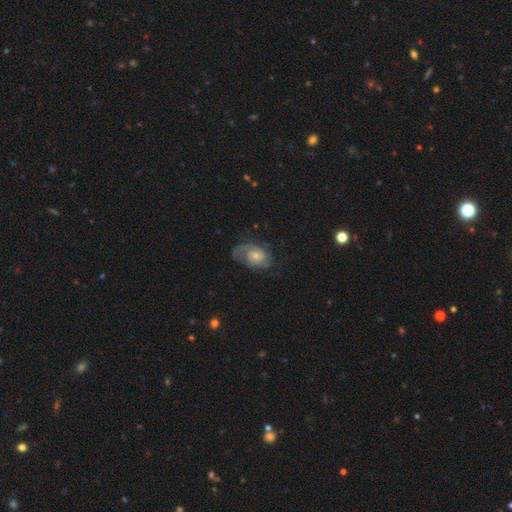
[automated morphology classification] smooth-or-featured: featured or disk: 68% | smooth: 25% | star or artifact: 7%
  disk-edge-on: no: 97% | yes: 3%
    bar: no: 70% | weak: 27% | strong: 3%
    has-spiral-arms: yes: 89% | no: 11%
      spiral-winding: medium: 42% | tight: 37% | loose: 21%
      spiral-arm-count: 2: 50% | can't tell: 23% | 1: 13% | 3: 8% | 4: 3% | more than 4: 2%
    bulge-size: small: 45% | moderate: 43% | large: 6% | none: 5% | dominant: 1%
  merging: none: 53% | minor disturbance: 24% | major disturbance: 21% | merger: 2%